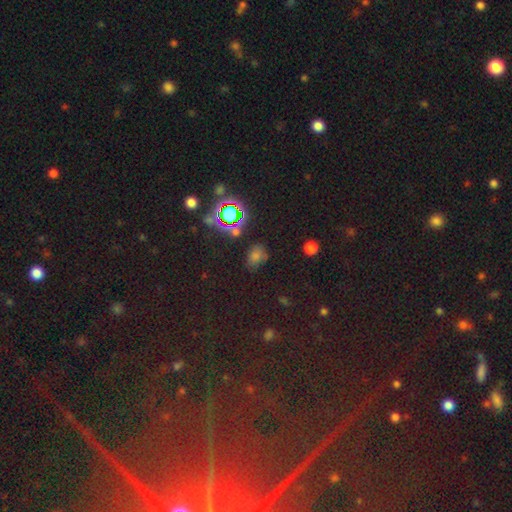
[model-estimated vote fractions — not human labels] Overall: smooth (53%; star or artifact 39%). How rounded: in between (61%; round 37%). Merging: none (75%).